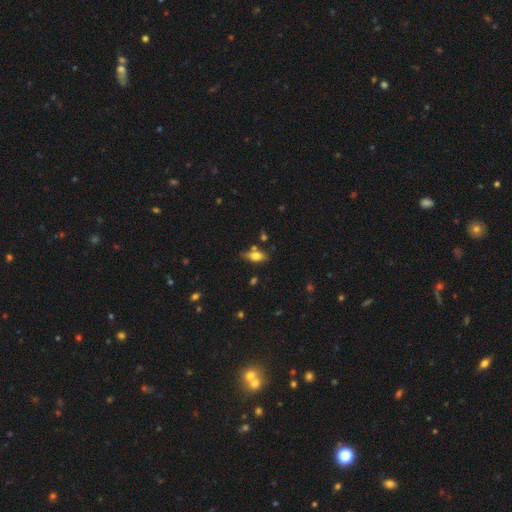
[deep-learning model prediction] The model was most divided on "merging": none: 67%, minor disturbance: 18%, merger: 10%, major disturbance: 5%. More confident: how rounded — in between (81%); smooth or featured — smooth (70%).